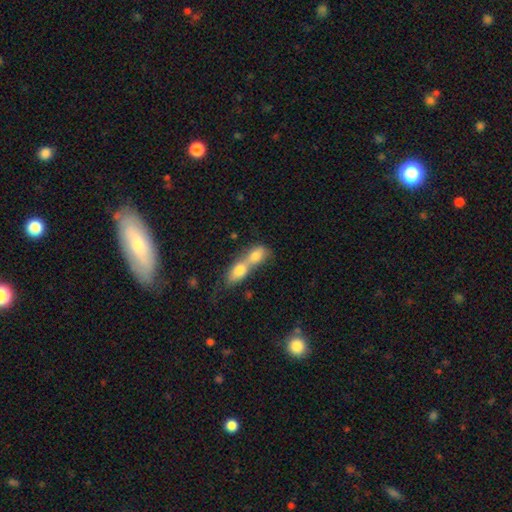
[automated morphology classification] Smooth or featured?
  - smooth: 74% *
  - featured or disk: 18%
  - star or artifact: 8%
How rounded?
  - in between: 70% *
  - round: 20%
  - cigar-shaped: 10%
Merging?
  - merger: 81% *
  - none: 12%
  - minor disturbance: 4%
  - major disturbance: 3%